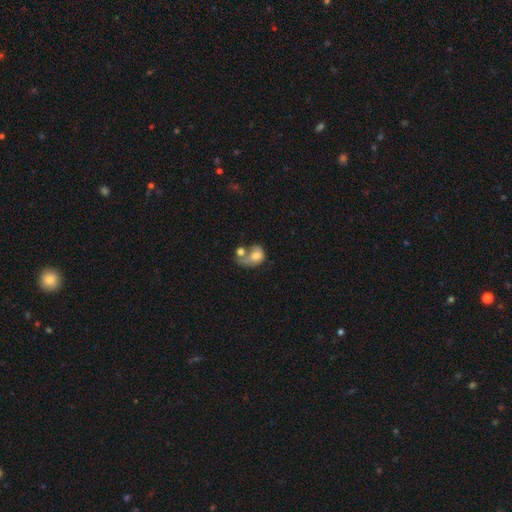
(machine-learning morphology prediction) Smooth or featured? smooth (61%)
How rounded? in between (64%)
Merging? merger (50%)